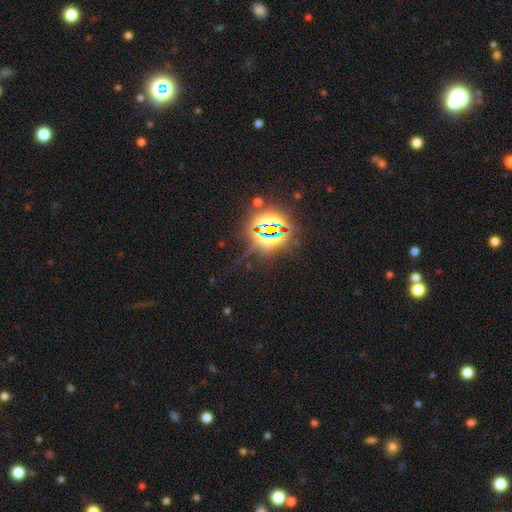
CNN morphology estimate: smooth-or-featured: star or artifact: 85% | smooth: 9% | featured or disk: 6%